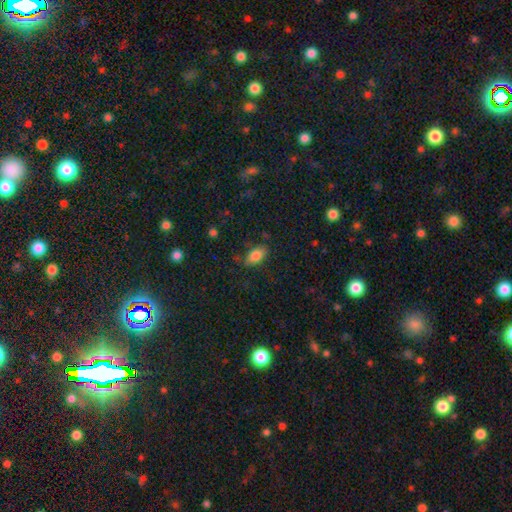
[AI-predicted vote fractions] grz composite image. It shows a smooth galaxy with no disk features (82%) that is in between round and cigar-shaped (89%). Merging: none (77%).